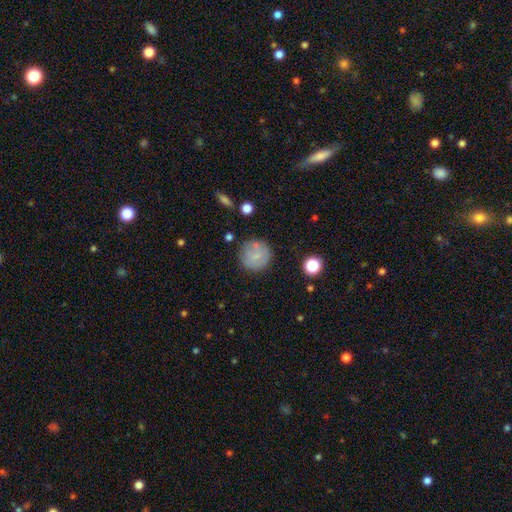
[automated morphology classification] A smooth galaxy with no disk features (73%) that is round (94%). Merging: none (76%).